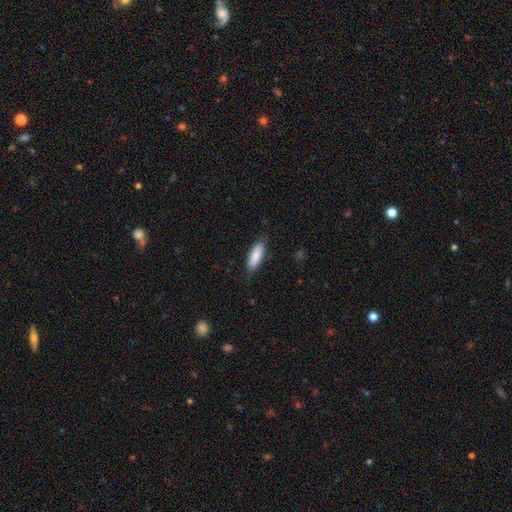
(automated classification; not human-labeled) Smooth or featured? Predicted: smooth (p=0.84). How rounded? Predicted: in between (p=0.62). Merging? Predicted: none (p=0.81).